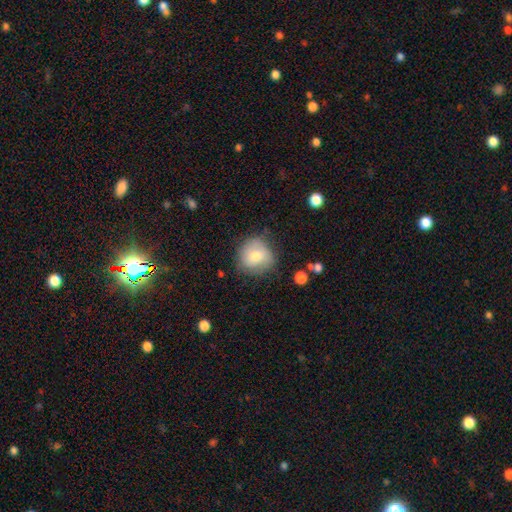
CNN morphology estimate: Smooth or featured? Predicted: smooth (p=0.73). How rounded? Predicted: round (p=0.88). Merging? Predicted: none (p=0.71).